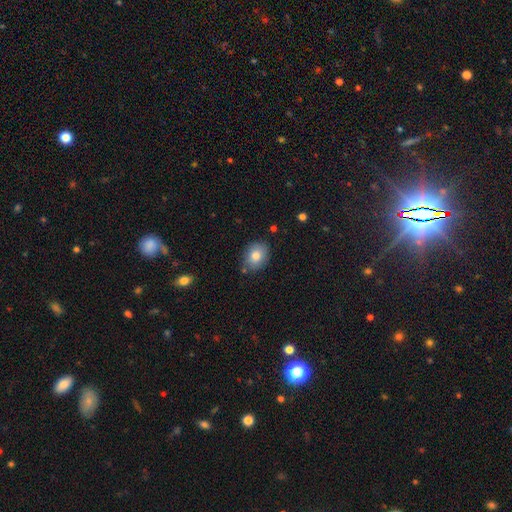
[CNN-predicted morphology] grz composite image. It shows a smooth galaxy with no disk features (79%) that is in between round and cigar-shaped (57%). Merging: none (81%).